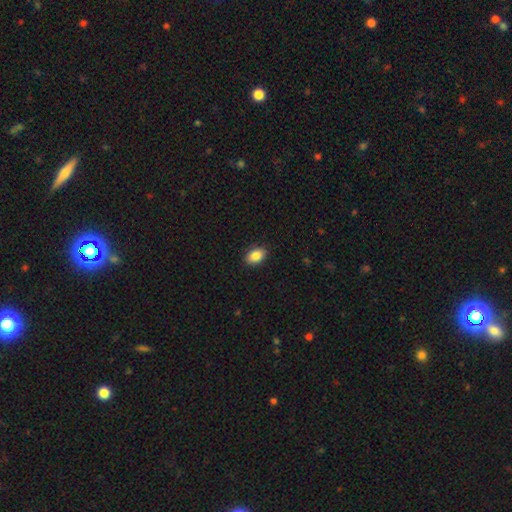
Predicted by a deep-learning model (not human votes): Smooth or featured: smooth — 87% (star or artifact — 8%)
How rounded: in between — 86% (round — 13%)
Merging: none — 88% (minor disturbance — 9%)